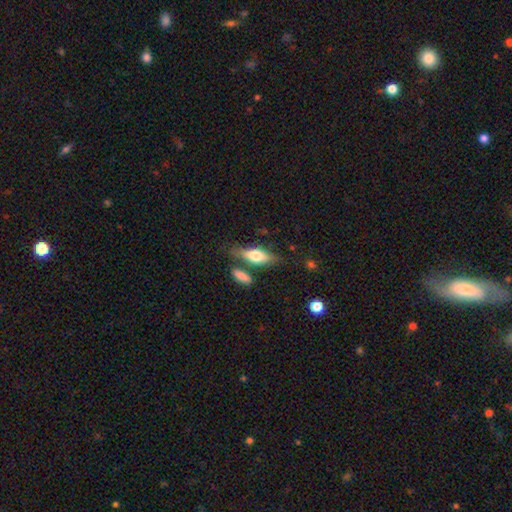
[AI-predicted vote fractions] Q: Smooth or featured?
A: smooth (61%); runner-up: featured or disk (33%)
Q: How rounded?
A: in between (63%); runner-up: cigar-shaped (33%)
Q: Merging?
A: none (65%); runner-up: minor disturbance (16%)